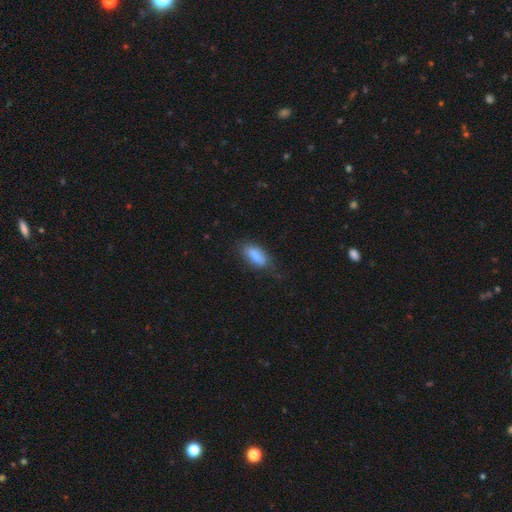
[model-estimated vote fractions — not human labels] A smooth galaxy with no disk features (83%) that is in between round and cigar-shaped (81%).

Vote fractions:
- Smooth or featured? smooth: 83% / featured or disk: 10% / star or artifact: 7%
- How rounded? in between: 81% / cigar-shaped: 17% / round: 3%
- Merging? none: 69% / minor disturbance: 23% / major disturbance: 7% / merger: 2%